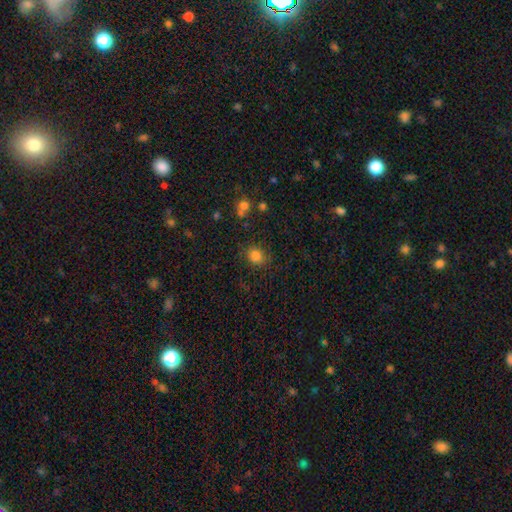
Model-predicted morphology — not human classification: Smooth or featured? Predicted: smooth (p=0.82). How rounded? Predicted: round (p=0.70). Merging? Predicted: none (p=0.82).